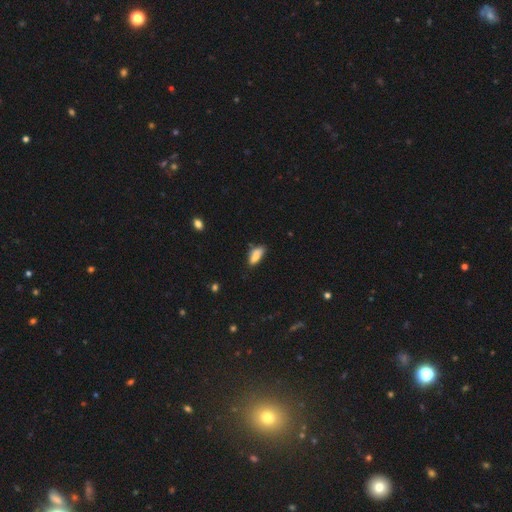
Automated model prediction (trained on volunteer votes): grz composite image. It shows a smooth galaxy with no disk features (82%) that is in between round and cigar-shaped (81%). Merging: none (54%).